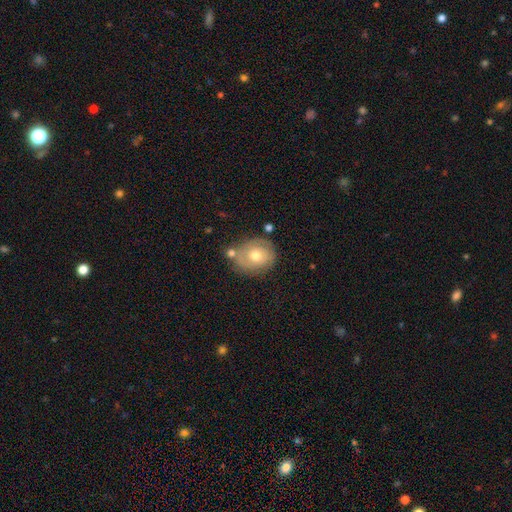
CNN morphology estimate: Q: Smooth or featured?
A: smooth (55%); runner-up: featured or disk (36%)
Q: How rounded?
A: round (64%); runner-up: in between (35%)
Q: Merging?
A: none (64%); runner-up: minor disturbance (19%)